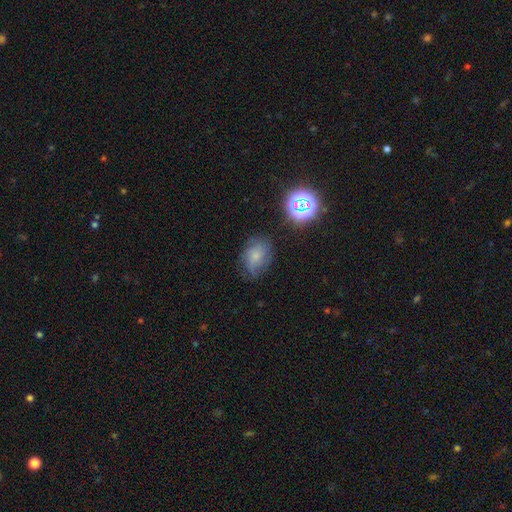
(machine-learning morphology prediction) A smooth galaxy with no disk features (56%) that is in between round and cigar-shaped (68%). Merging: none (59%).